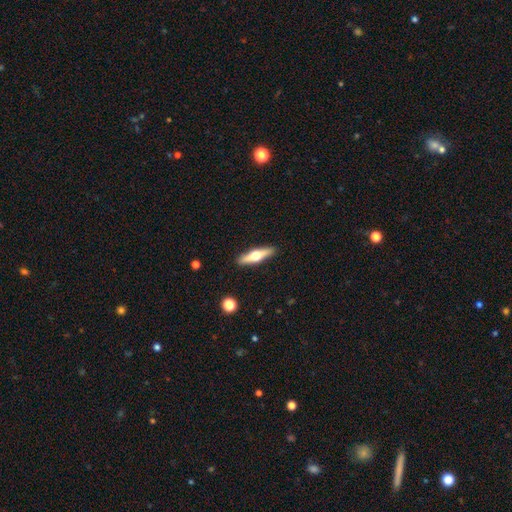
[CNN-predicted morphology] Overall: featured or disk (57%; smooth 37%). Edge-on disk: yes (94%). Edge-on bulge: rounded (95%). Merging: none (90%).